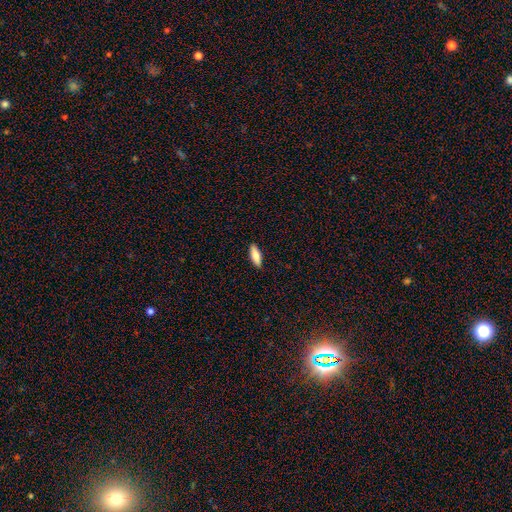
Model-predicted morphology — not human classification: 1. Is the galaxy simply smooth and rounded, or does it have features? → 79% smooth, 15% featured or disk, 6% star or artifact.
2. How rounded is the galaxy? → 61% in between, 37% cigar-shaped, 2% round.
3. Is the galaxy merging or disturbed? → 88% none, 9% minor disturbance, 2% major disturbance, 1% merger.